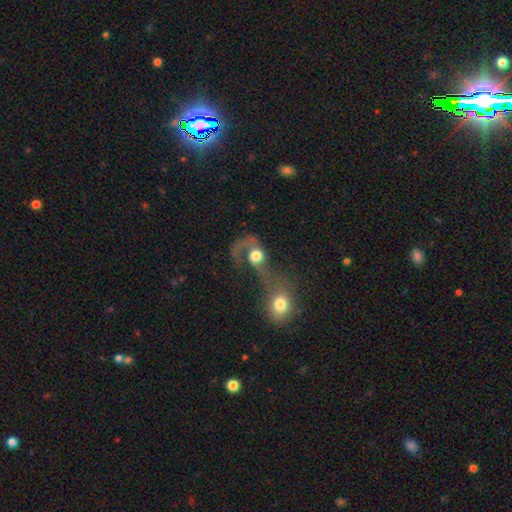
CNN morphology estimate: type=featured or disk (50%); merging=merger (62%).